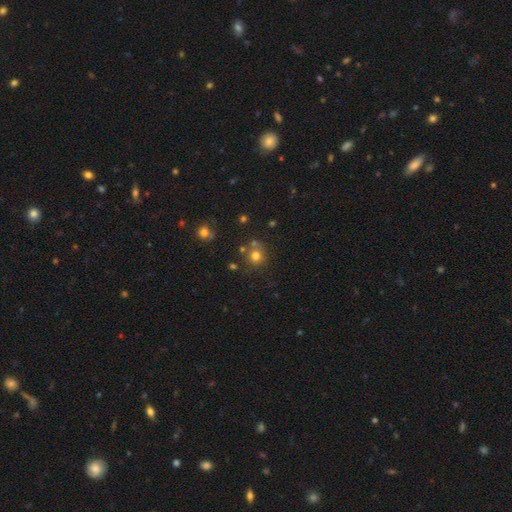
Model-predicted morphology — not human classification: Overall: smooth (74%). How rounded: round (89%). Merging: none (67%).